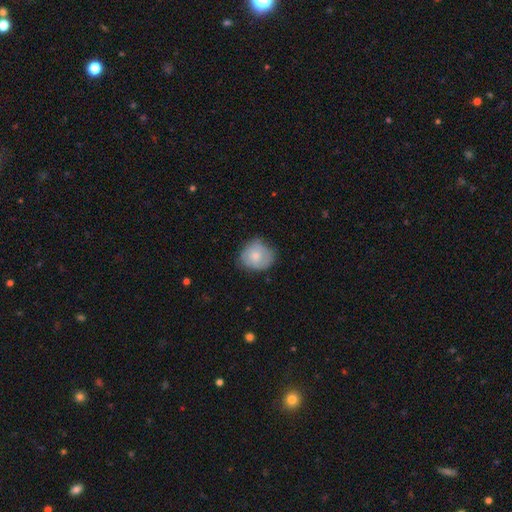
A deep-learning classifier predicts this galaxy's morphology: A smooth galaxy with no disk features (70%) that is round (71%).

Vote fractions:
- Smooth or featured? smooth: 70% / featured or disk: 23% / star or artifact: 7%
- How rounded? round: 71% / in between: 28% / cigar-shaped: 1%
- Merging? none: 61% / minor disturbance: 30% / major disturbance: 7% / merger: 2%